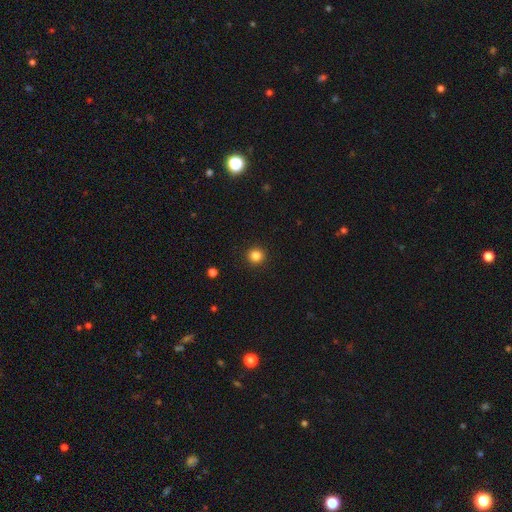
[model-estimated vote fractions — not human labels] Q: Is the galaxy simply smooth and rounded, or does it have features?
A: smooth — 85%.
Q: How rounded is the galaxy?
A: round — 94%.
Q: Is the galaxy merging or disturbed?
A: none — 93%.